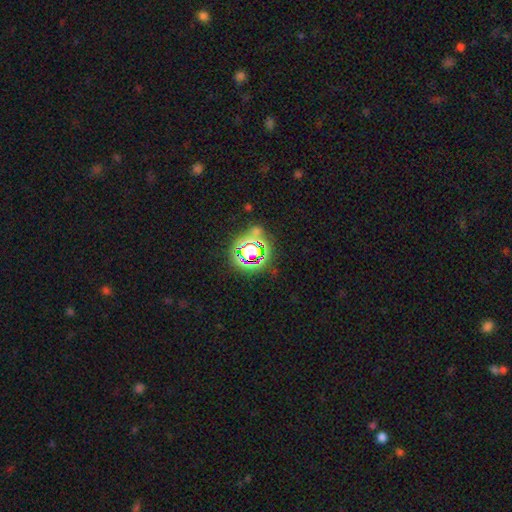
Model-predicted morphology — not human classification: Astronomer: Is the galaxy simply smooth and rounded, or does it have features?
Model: star or artifact — 59%.